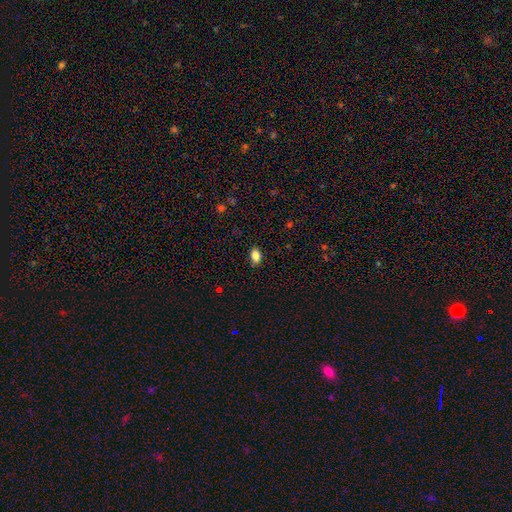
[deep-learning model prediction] Smooth or featured? smooth (85%)
How rounded? in between (86%)
Merging? none (85%)